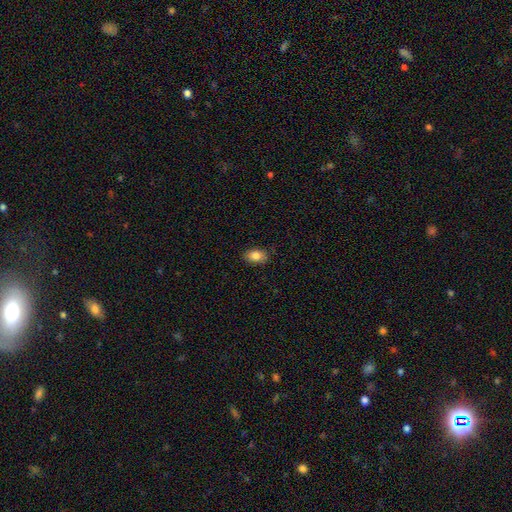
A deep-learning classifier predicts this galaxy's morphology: smooth 84%, featured or disk 8%, star or artifact 8%. Down the decision tree: how rounded — in between (87%); merging — none (86%).